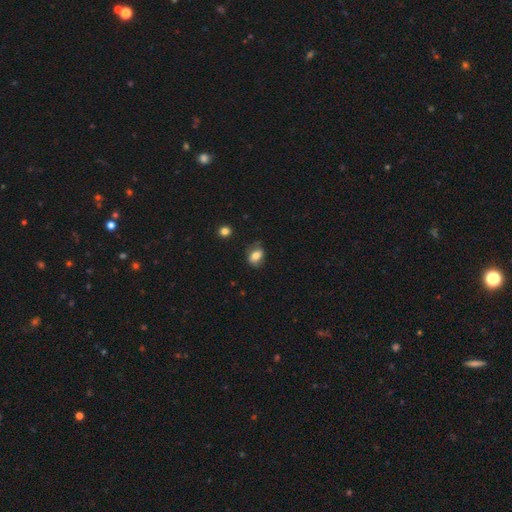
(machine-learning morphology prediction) Q: Smooth or featured?
A: smooth (77%); runner-up: featured or disk (14%)
Q: How rounded?
A: in between (71%); runner-up: round (27%)
Q: Merging?
A: none (68%); runner-up: minor disturbance (24%)